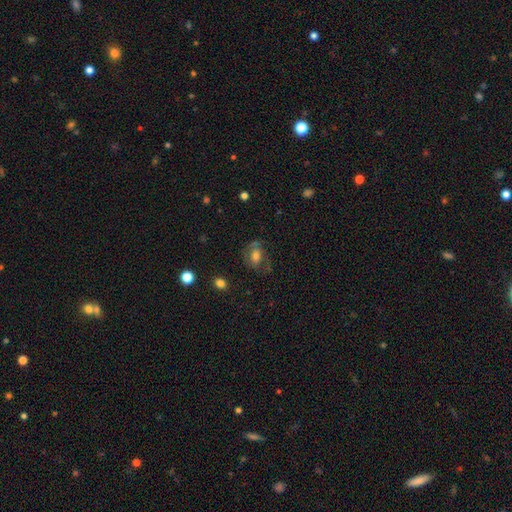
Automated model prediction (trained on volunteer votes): The model was most divided on "smooth or featured": smooth: 49%, featured or disk: 41%, star or artifact: 10%. More confident: merging — none (58%).